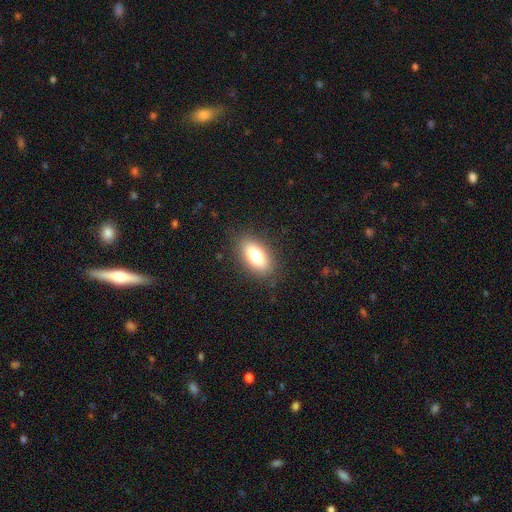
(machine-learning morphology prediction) Smooth or featured? Predicted: smooth (p=0.77). How rounded? Predicted: in between (p=0.88). Merging? Predicted: none (p=0.86).